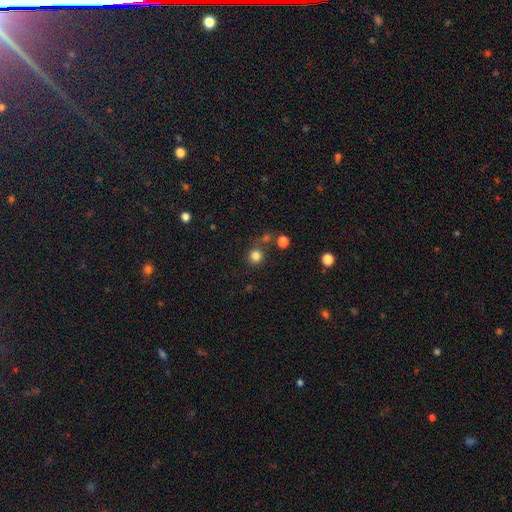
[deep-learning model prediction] This is clearly a smooth galaxy (82%). How rounded: clearly round (90%). Merging: likely none (72%).